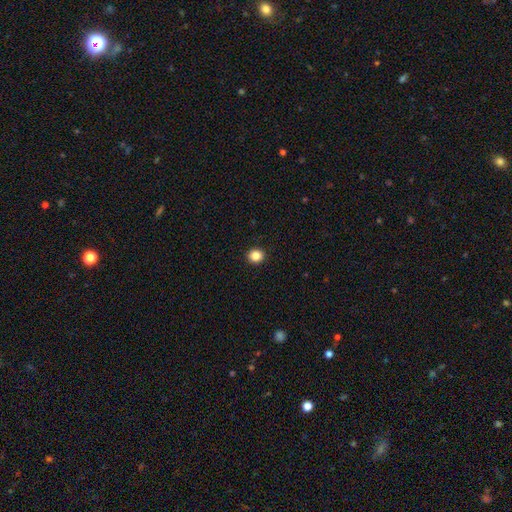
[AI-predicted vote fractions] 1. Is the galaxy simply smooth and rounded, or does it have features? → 85% smooth, 11% star or artifact, 4% featured or disk.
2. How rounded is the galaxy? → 88% round, 11% in between, 1% cigar-shaped.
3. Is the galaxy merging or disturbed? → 93% none, 4% minor disturbance, 2% major disturbance, 1% merger.